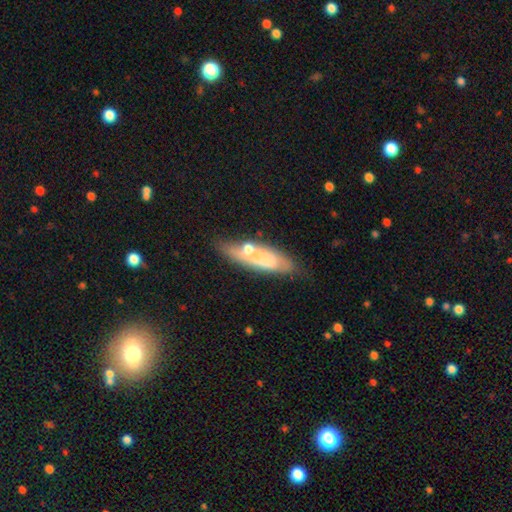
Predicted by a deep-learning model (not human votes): A smooth galaxy with no disk features (53%) that is cigar-shaped (51%). Merging: none (58%).